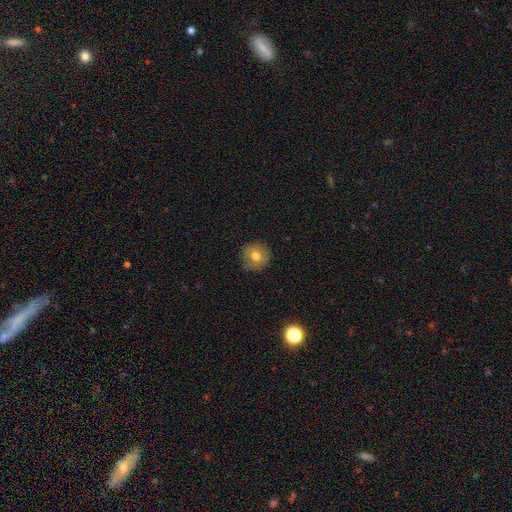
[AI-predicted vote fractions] A smooth galaxy with no disk features (71%) that is round (93%).

Vote fractions:
- Smooth or featured? smooth: 71% / featured or disk: 20% / star or artifact: 9%
- How rounded? round: 93% / in between: 6% / cigar-shaped: 1%
- Merging? none: 88% / minor disturbance: 9% / major disturbance: 2% / merger: 1%